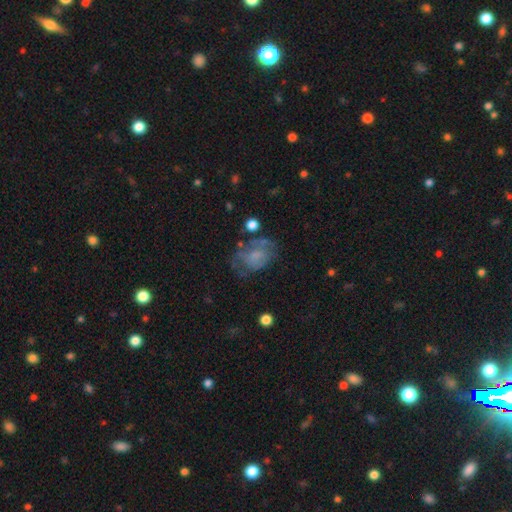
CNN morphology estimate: type=smooth (46%); merging=none (44%).